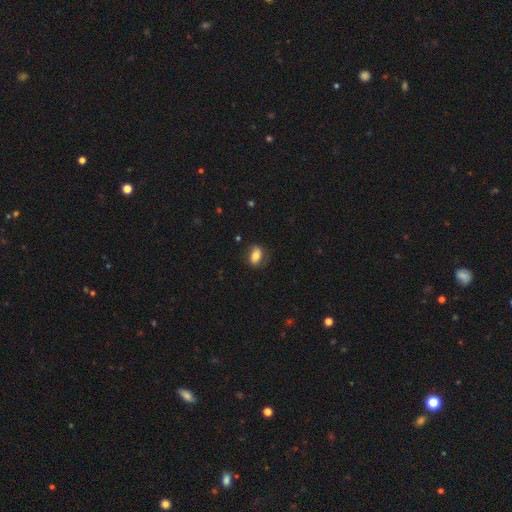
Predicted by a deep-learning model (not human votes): smooth_or_featured: smooth (p=0.70) [alt: featured or disk p=0.22]
how_rounded: in between (p=0.82) [alt: round p=0.15]
merging: none (p=0.69) [alt: minor disturbance p=0.21]